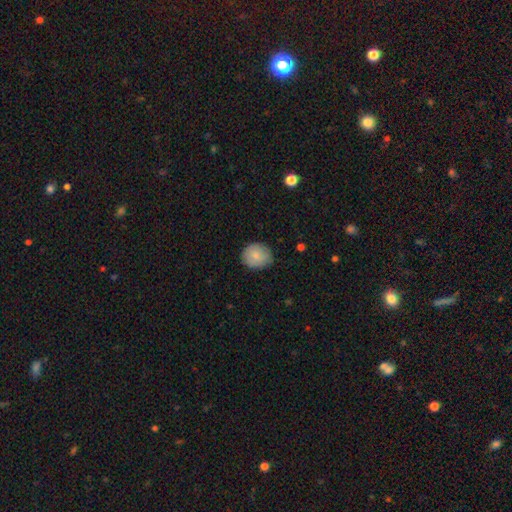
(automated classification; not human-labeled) Smooth or featured? smooth (82%)
How rounded? round (71%)
Merging? none (80%)